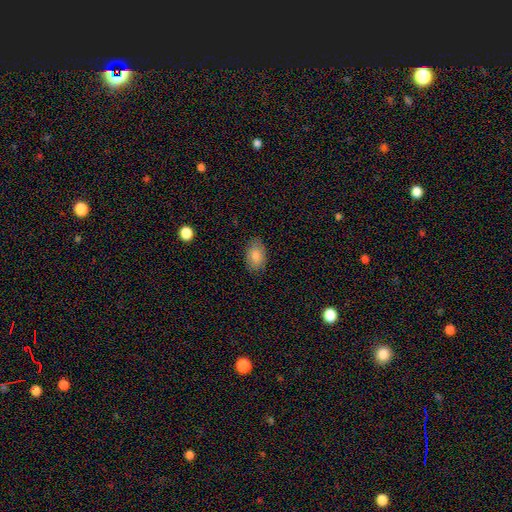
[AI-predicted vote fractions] This is clearly a smooth galaxy (84%). How rounded: clearly in between (90%). Merging: clearly none (84%).